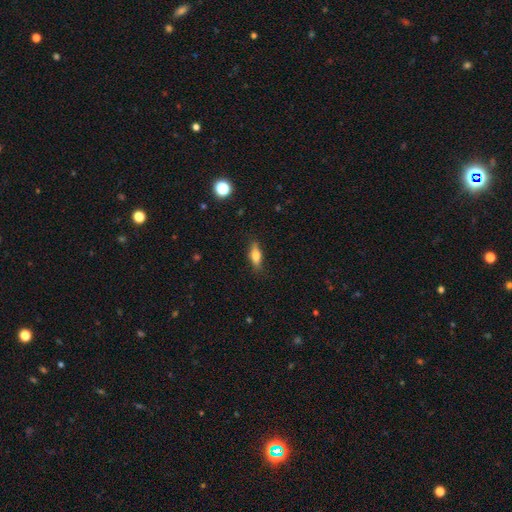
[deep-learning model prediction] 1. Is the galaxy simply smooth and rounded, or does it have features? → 65% smooth, 27% featured or disk, 8% star or artifact.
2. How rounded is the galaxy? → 60% in between, 36% cigar-shaped, 4% round.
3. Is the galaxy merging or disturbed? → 83% none, 13% minor disturbance, 3% major disturbance, 1% merger.